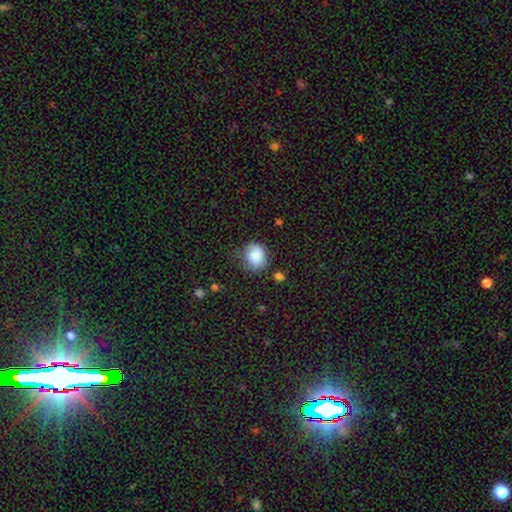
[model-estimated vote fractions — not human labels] The model was most divided on "merging": none: 62%, minor disturbance: 25%, major disturbance: 8%, merger: 4%. More confident: smooth or featured — smooth (85%); how rounded — round (68%).